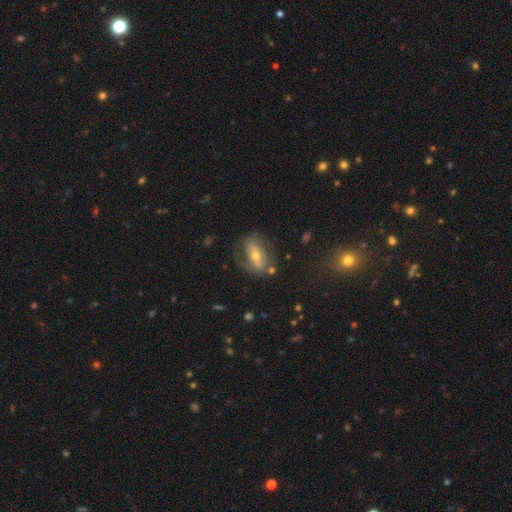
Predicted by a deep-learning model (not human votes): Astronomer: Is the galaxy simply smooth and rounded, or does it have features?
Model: featured or disk — 58%.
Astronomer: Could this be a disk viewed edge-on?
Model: no — 84%.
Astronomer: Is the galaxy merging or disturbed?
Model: none — 61%.